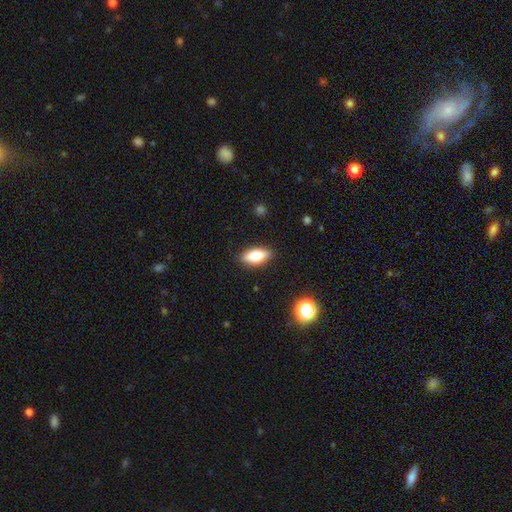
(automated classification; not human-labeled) The model was most divided on "smooth or featured": smooth: 74%, featured or disk: 18%, star or artifact: 8%. More confident: merging — none (88%); how rounded — in between (80%).